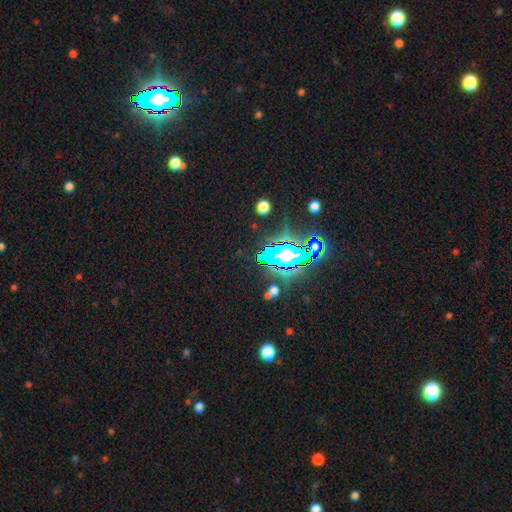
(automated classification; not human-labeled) This appears to be a star or artifact, not a galaxy (81%).